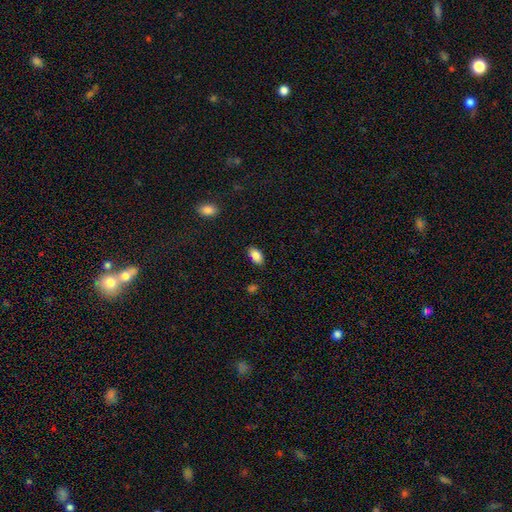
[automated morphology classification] Smooth or featured? Predicted: smooth (p=0.87). How rounded? Predicted: in between (p=0.92). Merging? Predicted: none (p=0.85).